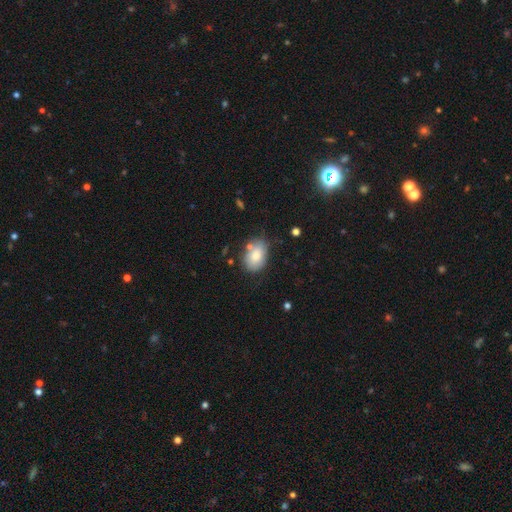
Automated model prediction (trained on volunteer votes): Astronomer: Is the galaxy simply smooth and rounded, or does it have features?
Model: smooth — 82%.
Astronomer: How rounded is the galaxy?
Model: in between — 84%.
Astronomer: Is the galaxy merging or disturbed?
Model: none — 64%.